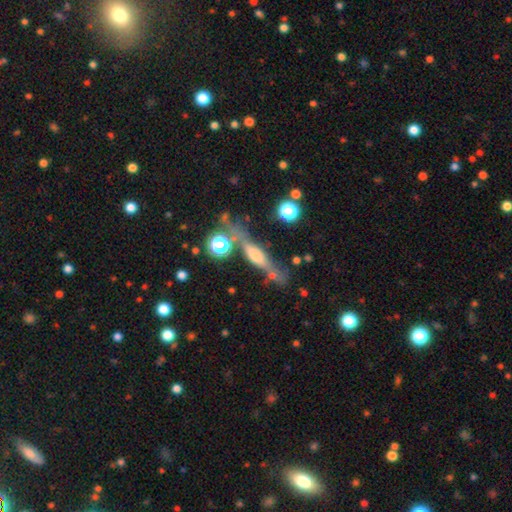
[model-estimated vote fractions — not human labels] Q: Smooth or featured?
A: featured or disk (60%); runner-up: smooth (30%)
Q: Edge-on disk?
A: yes (87%); runner-up: no (13%)
Q: Edge-on bulge?
A: rounded (76%); runner-up: boxy (17%)
Q: Merging?
A: none (65%); runner-up: minor disturbance (17%)